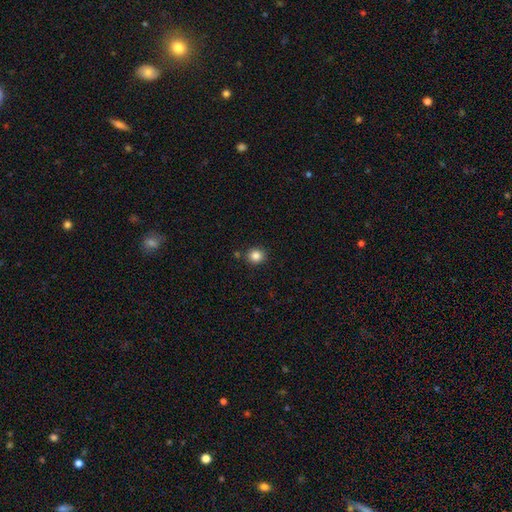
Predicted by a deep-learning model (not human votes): Smooth or featured? Predicted: smooth (p=0.85). How rounded? Predicted: round (p=0.88). Merging? Predicted: none (p=0.86).